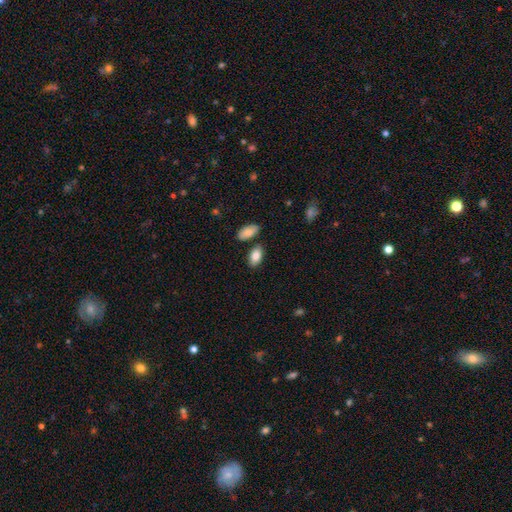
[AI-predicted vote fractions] Smooth or featured: smooth — 85% (featured or disk — 8%)
How rounded: in between — 94% (round — 4%)
Merging: none — 78% (minor disturbance — 10%)